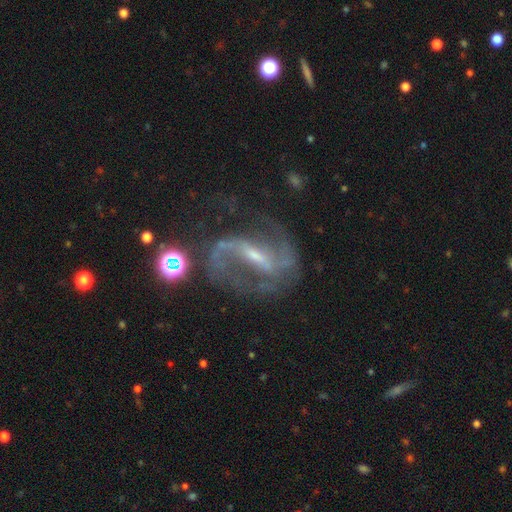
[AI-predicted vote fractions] Smooth or featured? Predicted: featured or disk (p=0.88). Edge-on disk? Predicted: no (p=0.96). Bar? Predicted: strong (p=0.53). Spiral arms? Predicted: yes (p=0.95). Spiral winding? Predicted: medium (p=0.48). Spiral arm count? Predicted: 2 (p=0.88). Bulge size? Predicted: small (p=0.62). Merging? Predicted: none (p=0.61).